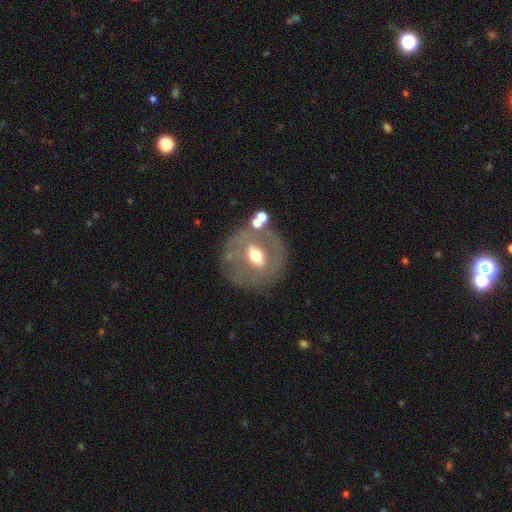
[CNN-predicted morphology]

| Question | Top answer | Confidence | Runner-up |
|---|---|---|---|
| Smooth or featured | featured or disk | 56% | smooth (36%) |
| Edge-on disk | no | 89% | yes (11%) |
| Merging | none | 70% | minor disturbance (15%) |